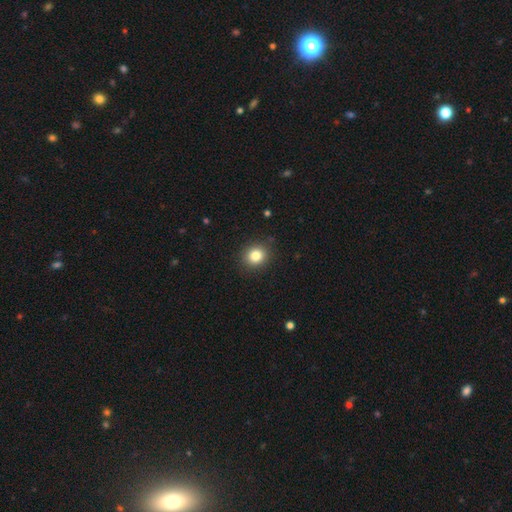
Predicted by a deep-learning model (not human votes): Morphology: type=smooth (83%); roundness=round (79%); merging=none (89%).